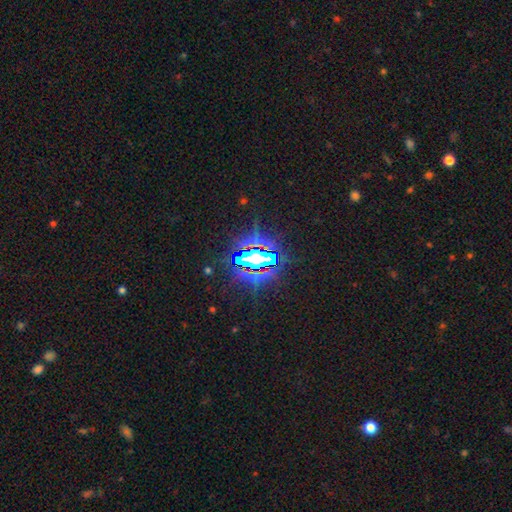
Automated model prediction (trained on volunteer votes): smooth_or_featured: star or artifact (p=0.83) [alt: smooth p=0.09]